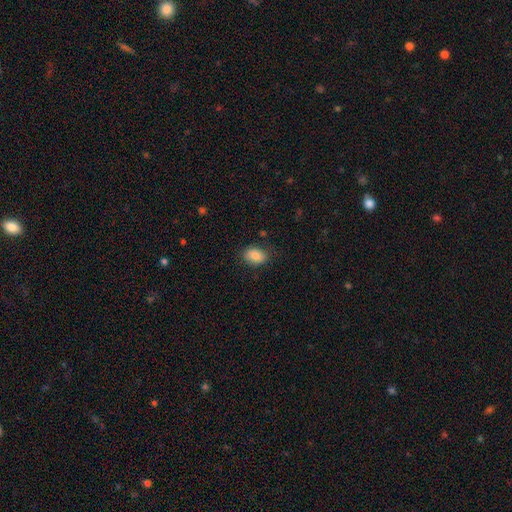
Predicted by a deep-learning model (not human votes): Smooth or featured: smooth — 83% (featured or disk — 9%)
How rounded: in between — 79% (round — 20%)
Merging: none — 81% (minor disturbance — 14%)